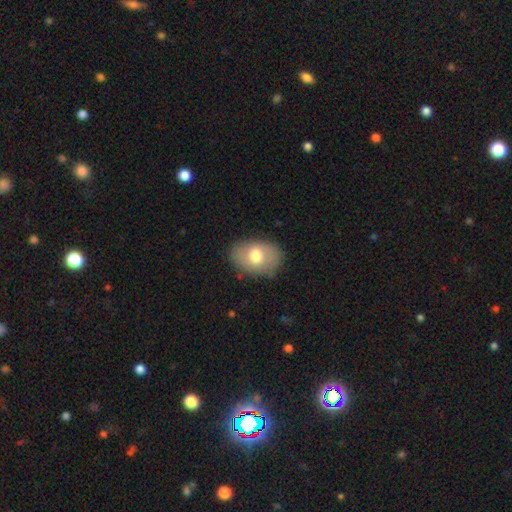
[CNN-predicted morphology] Smooth or featured?
  - smooth: 68% *
  - featured or disk: 25%
  - star or artifact: 7%
How rounded?
  - in between: 82% *
  - round: 17%
  - cigar-shaped: 1%
Merging?
  - none: 80% *
  - minor disturbance: 15%
  - major disturbance: 4%
  - merger: 1%